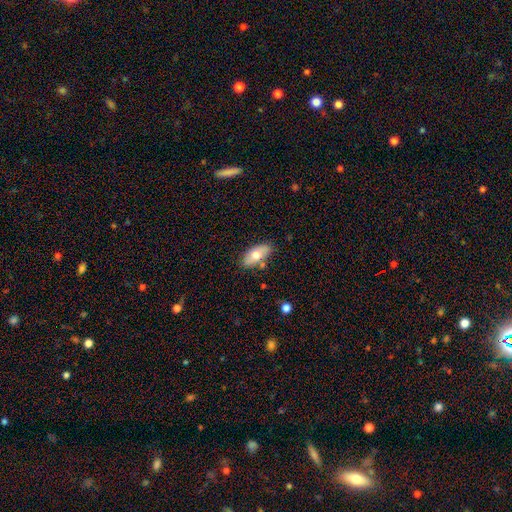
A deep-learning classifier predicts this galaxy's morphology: The model was most divided on "smooth or featured": smooth: 70%, featured or disk: 24%, star or artifact: 7%. More confident: how rounded — in between (89%); merging — none (77%).